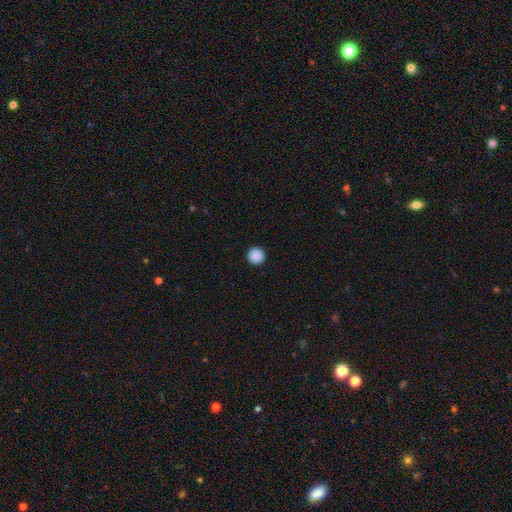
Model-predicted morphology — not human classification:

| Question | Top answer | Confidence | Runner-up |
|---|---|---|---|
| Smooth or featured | smooth | 89% | star or artifact (9%) |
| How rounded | round | 97% | in between (2%) |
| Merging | none | 94% | minor disturbance (4%) |